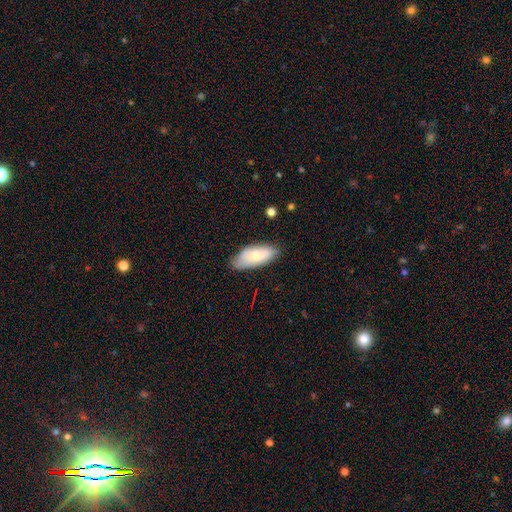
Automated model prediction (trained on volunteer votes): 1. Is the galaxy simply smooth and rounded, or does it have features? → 66% smooth, 28% featured or disk, 6% star or artifact.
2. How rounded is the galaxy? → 86% in between, 11% cigar-shaped, 2% round.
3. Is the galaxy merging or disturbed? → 74% none, 21% minor disturbance, 4% major disturbance, 1% merger.